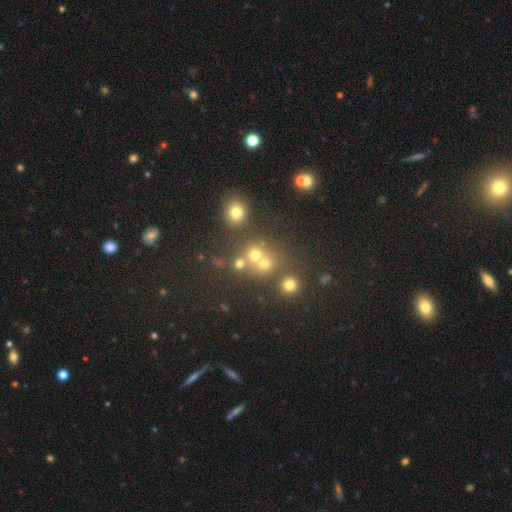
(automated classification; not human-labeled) Smooth or featured? smooth (60%)
How rounded? round (82%)
Merging? none (58%)